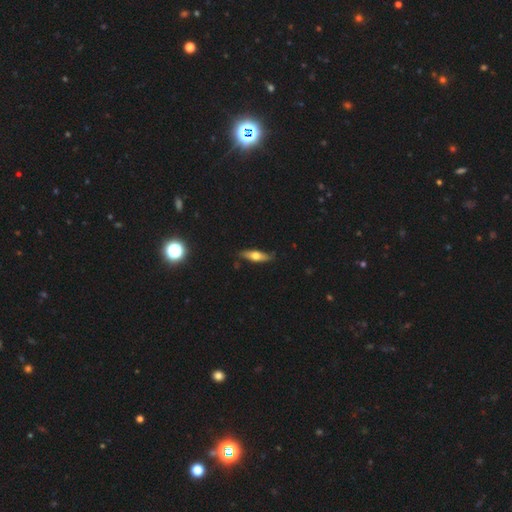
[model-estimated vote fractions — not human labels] smooth 51%, featured or disk 43%, star or artifact 6%. Down the decision tree: how rounded — cigar-shaped (57%); merging — none (84%).